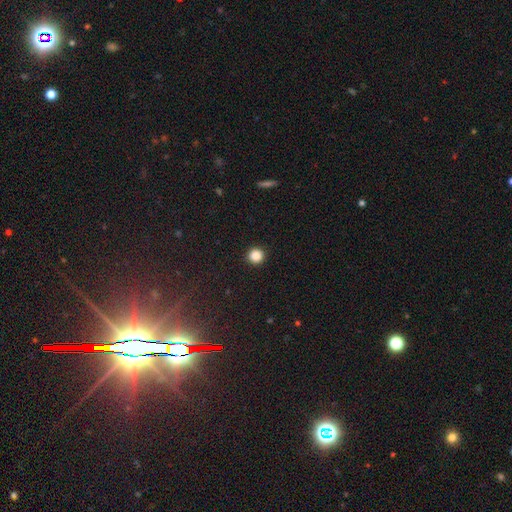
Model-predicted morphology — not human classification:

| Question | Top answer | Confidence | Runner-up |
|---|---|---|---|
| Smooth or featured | smooth | 86% | star or artifact (11%) |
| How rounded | round | 95% | in between (4%) |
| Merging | none | 93% | minor disturbance (4%) |